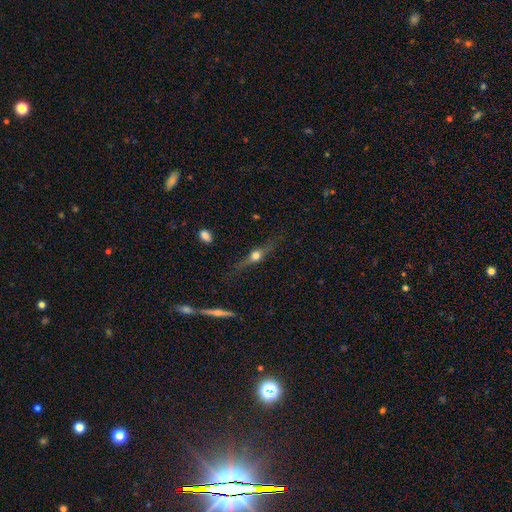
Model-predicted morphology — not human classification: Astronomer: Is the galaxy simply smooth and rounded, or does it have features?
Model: featured or disk — 67%.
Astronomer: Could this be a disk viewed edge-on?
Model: yes — 95%.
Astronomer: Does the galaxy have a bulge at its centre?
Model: rounded — 96%.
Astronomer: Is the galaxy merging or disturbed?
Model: none — 79%.